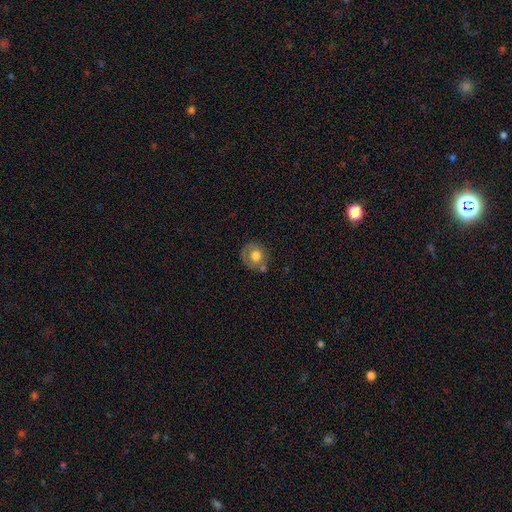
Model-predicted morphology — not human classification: This appears to be a smooth galaxy with no disk features (64%) that is round (81%). Merging: none (54%).